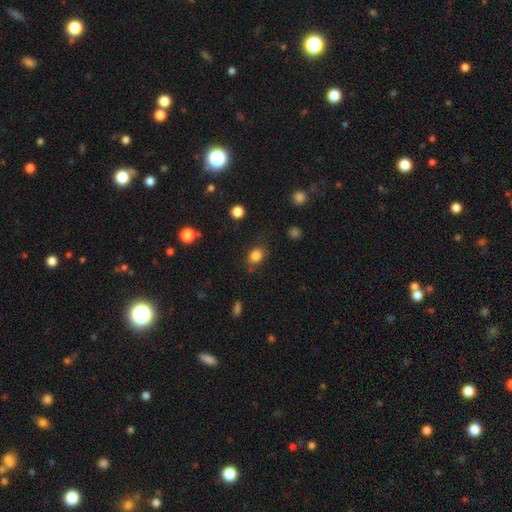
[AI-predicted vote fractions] Smooth or featured? smooth (83%)
How rounded? round (52%)
Merging? none (74%)